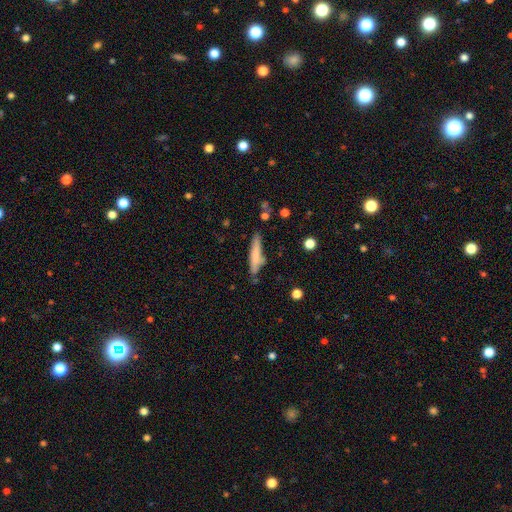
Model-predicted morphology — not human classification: The model was most divided on "smooth or featured": smooth: 69%, featured or disk: 24%, star or artifact: 7%. More confident: how rounded — cigar-shaped (84%); merging — none (67%).